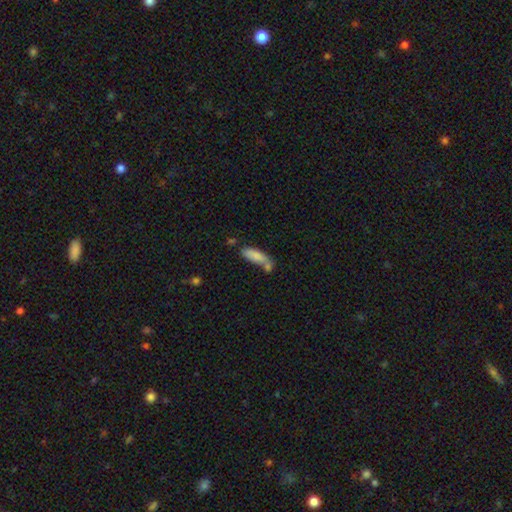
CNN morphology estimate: This appears to be a smooth galaxy with no disk features (80%) that is in between round and cigar-shaped (54%). Merging: none (40%).